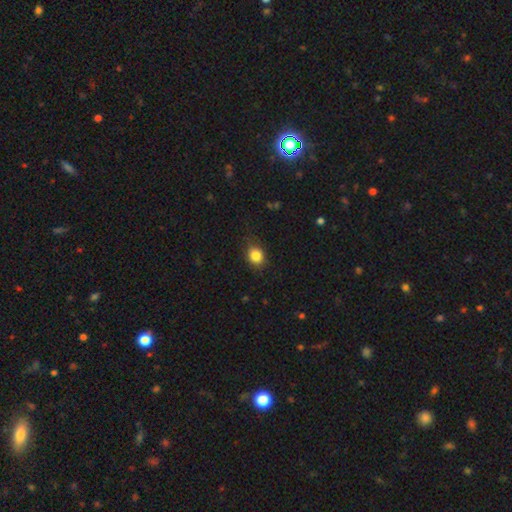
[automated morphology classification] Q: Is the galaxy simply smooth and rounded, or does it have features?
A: smooth — 84%.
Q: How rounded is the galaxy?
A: round — 62%.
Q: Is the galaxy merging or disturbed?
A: none — 79%.